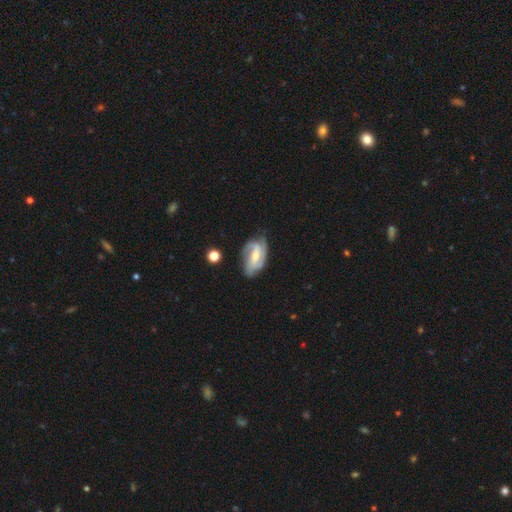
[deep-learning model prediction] A featured or disk galaxy (78%) with a weak bar (44%), 2 (35%, tied with 3) medium (45%) spiral arms (93%) and a moderate central bulge (46%). Merging: none (58%).